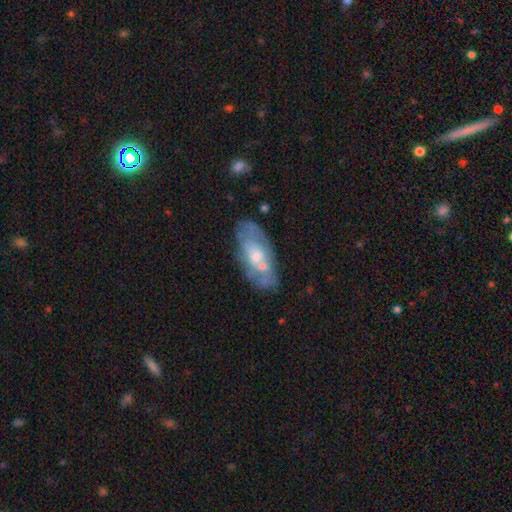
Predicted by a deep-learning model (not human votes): This appears to be a featured or disk galaxy (54%). Merging: none (53%).